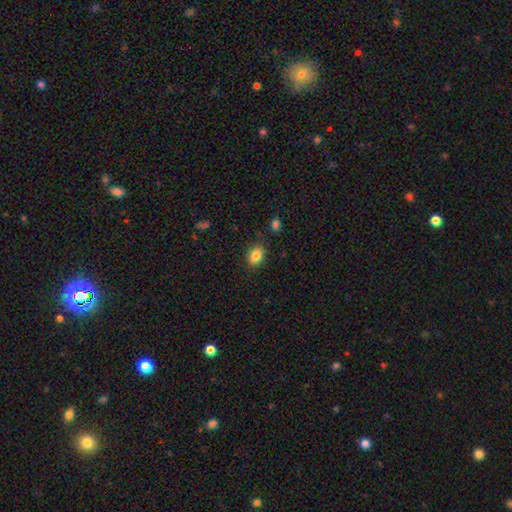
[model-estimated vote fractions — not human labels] Smooth or featured? smooth (85%)
How rounded? in between (74%)
Merging? none (85%)